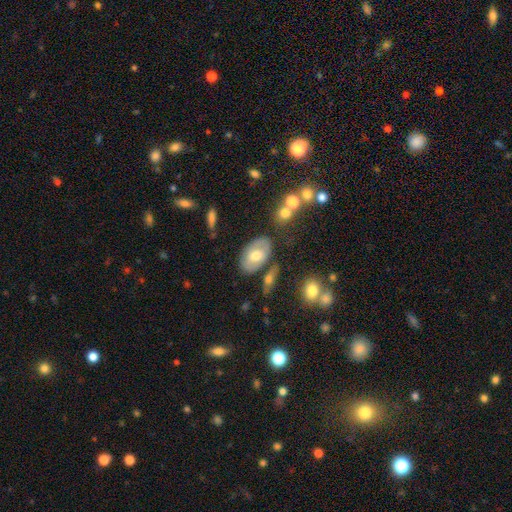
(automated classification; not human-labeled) This is possibly a smooth galaxy (57%). How rounded: clearly in between (91%). Merging: likely none (71%).